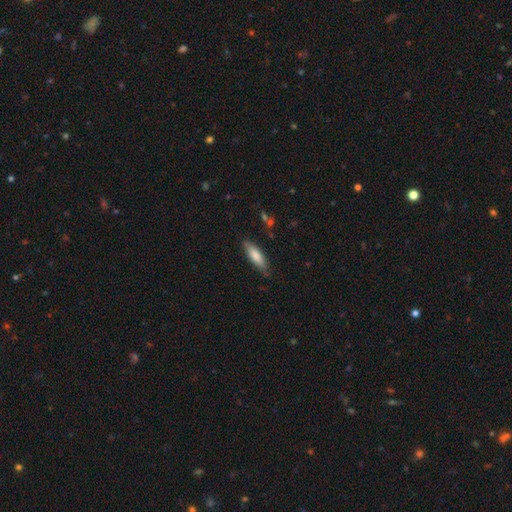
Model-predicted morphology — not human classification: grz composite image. It shows a smooth galaxy with no disk features (77%) that is cigar-shaped (57%). Merging: none (80%).